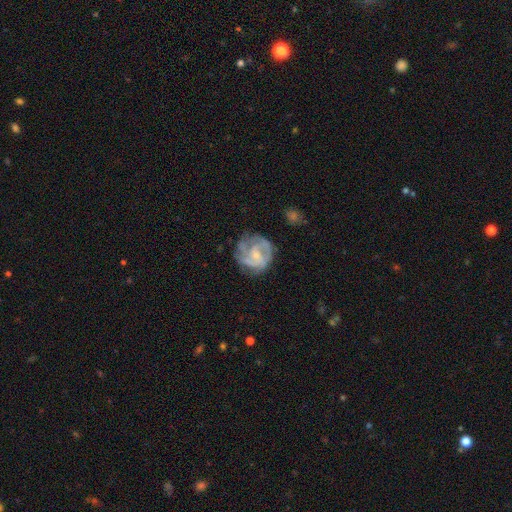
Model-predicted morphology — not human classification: This is likely a featured or disk galaxy (78%). It is clearly not viewed edge-on (98%). Bar: likely no (61%). Spiral arm pattern: clearly yes (90%). Spiral arm count: marginally 3 (30%). Spiral winding: possibly tight (48%). Central bulge: likely small (64%). Merging: likely none (64%).